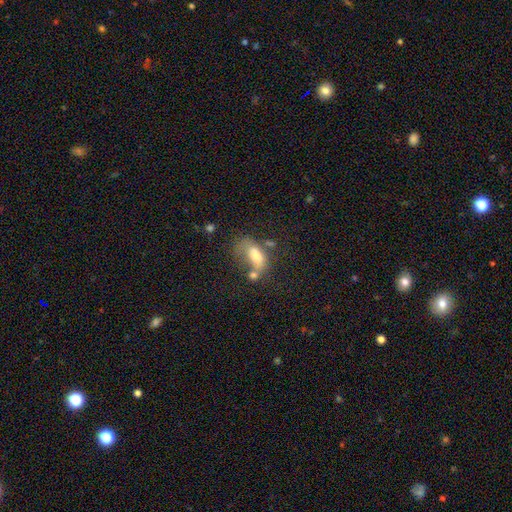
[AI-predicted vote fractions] Smooth or featured? Predicted: smooth (p=0.64). How rounded? Predicted: in between (p=0.85). Merging? Predicted: merger (p=0.27).